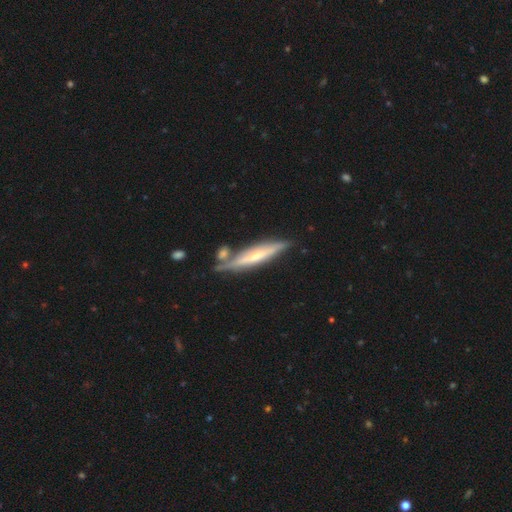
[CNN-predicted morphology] Overall: featured or disk (64%; smooth 30%). Edge-on disk: yes (90%). Edge-on bulge: rounded (60%; none 29%). Merging: none (67%).